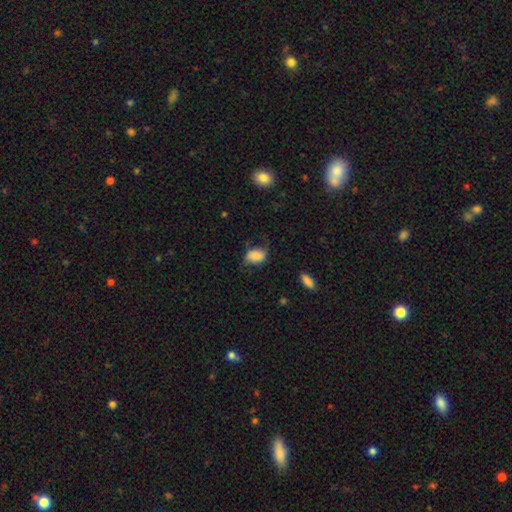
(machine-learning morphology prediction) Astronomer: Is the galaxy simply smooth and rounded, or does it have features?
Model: smooth — 77%.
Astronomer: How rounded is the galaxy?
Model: in between — 83%.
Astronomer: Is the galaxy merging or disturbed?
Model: none — 53% (runner-up: minor disturbance, 30%).